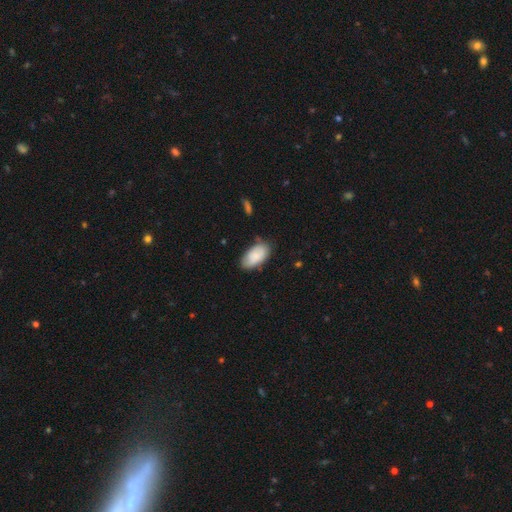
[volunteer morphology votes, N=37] Smooth or featured? 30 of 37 (81%) said smooth. How rounded? 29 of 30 (97%) said in between. Merging? 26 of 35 (74%) said none.